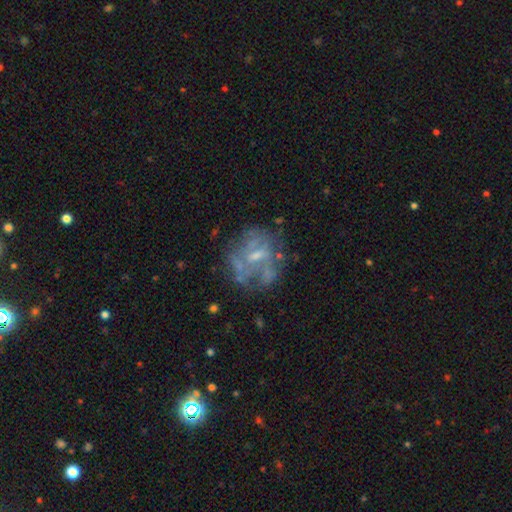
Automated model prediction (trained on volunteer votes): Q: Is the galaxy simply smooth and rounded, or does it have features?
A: featured or disk — 68%.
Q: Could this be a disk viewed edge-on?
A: no — 97%.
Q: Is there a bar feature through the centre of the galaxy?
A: no — 47%.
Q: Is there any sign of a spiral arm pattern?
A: no — 64%.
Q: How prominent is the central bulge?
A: small — 43%.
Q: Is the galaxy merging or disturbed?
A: none — 50%.